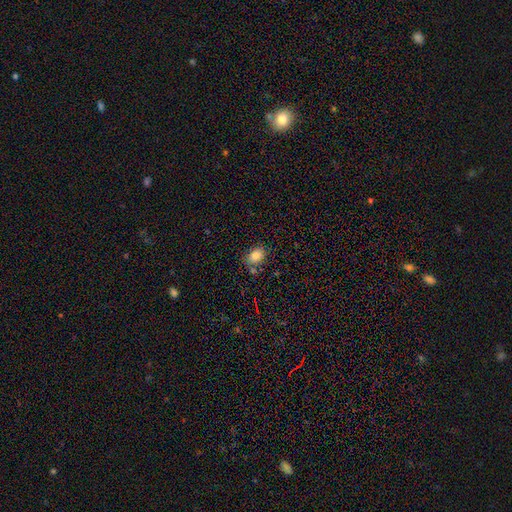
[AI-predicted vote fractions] Q: Smooth or featured?
A: smooth (85%); runner-up: star or artifact (11%)
Q: How rounded?
A: in between (74%); runner-up: round (25%)
Q: Merging?
A: none (74%); runner-up: minor disturbance (15%)